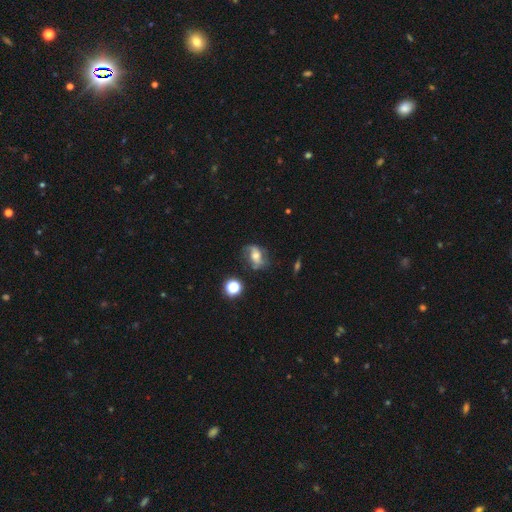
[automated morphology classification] smooth-or-featured: featured or disk: 59% | smooth: 29% | star or artifact: 12%
  disk-edge-on: no: 94% | yes: 6%
    bar: no: 46% | weak: 35% | strong: 18%
    has-spiral-arms: yes: 81% | no: 19%
    bulge-size: moderate: 57% | small: 27% | large: 10% | none: 4% | dominant: 2%
  merging: none: 60% | minor disturbance: 24% | major disturbance: 13% | merger: 4%